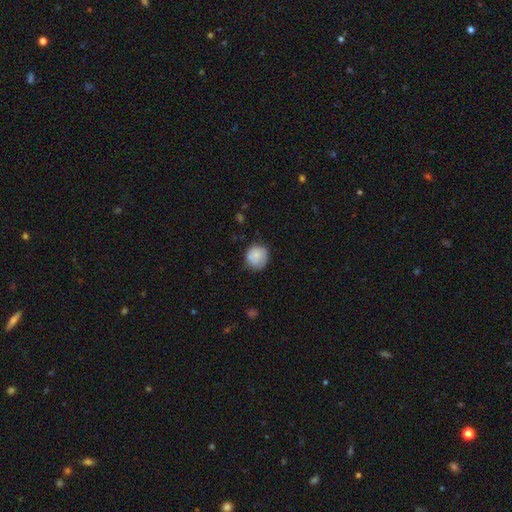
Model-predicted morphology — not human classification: smooth_or_featured: smooth (p=0.76) [alt: featured or disk p=0.16]
how_rounded: round (p=0.84) [alt: in between p=0.15]
merging: none (p=0.62) [alt: minor disturbance p=0.27]